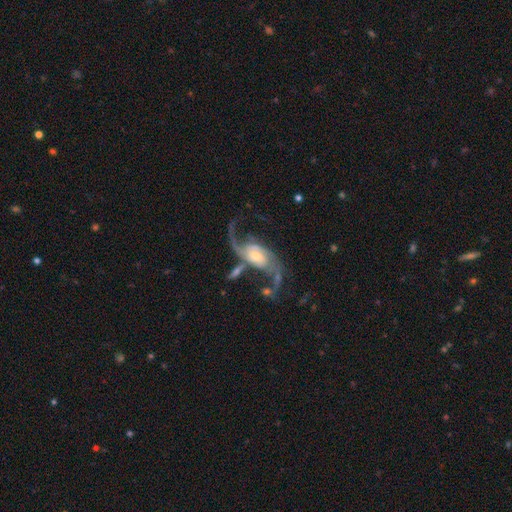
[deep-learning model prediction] Smooth or featured? featured or disk (89%)
Edge-on disk? no (96%)
Bar? no (51%)
Spiral arms? yes (97%)
Spiral winding? loose (71%)
Spiral arm count? 2 (88%)
Bulge size? moderate (46%)
Merging? none (45%)